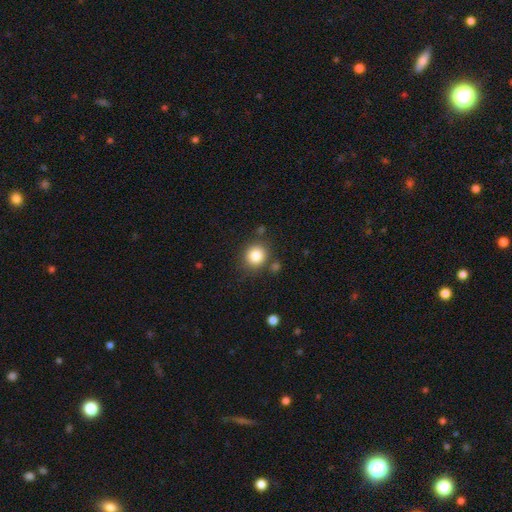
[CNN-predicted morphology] A smooth galaxy with no disk features (85%) that is round (85%). Merging: none (81%).